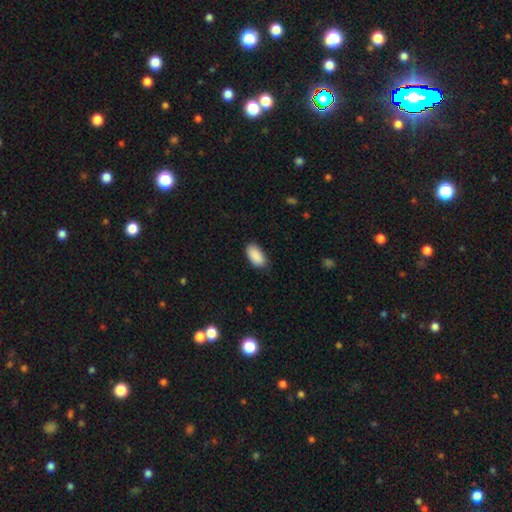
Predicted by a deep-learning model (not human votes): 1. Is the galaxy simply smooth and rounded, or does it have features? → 90% smooth, 7% star or artifact, 3% featured or disk.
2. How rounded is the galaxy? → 94% in between, 3% cigar-shaped, 3% round.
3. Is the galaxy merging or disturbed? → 81% none, 15% minor disturbance, 3% major disturbance, 1% merger.